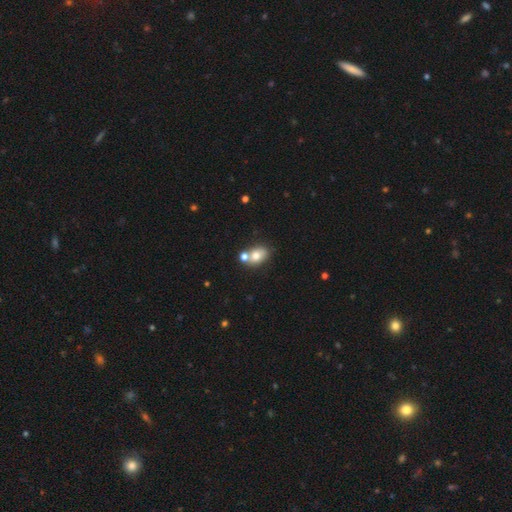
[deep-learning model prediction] smooth 71%, featured or disk 18%, star or artifact 10%. Down the decision tree: how rounded — in between (64%); merging — none (47%).